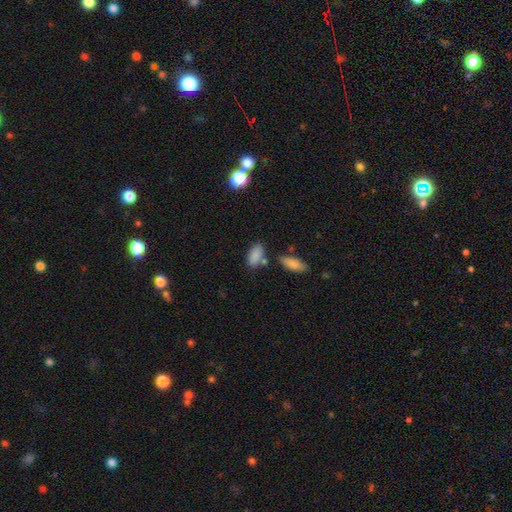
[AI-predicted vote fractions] The model was most divided on "merging": none: 63%, merger: 16%, minor disturbance: 16%, major disturbance: 5%. More confident: how rounded — in between (90%); smooth or featured — smooth (86%).